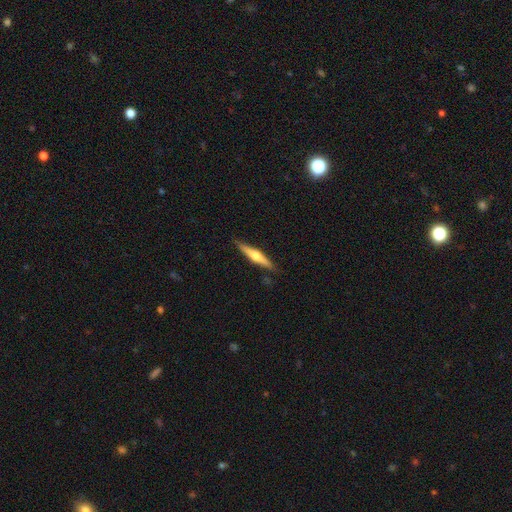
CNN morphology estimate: Smooth or featured? featured or disk (60%)
Edge-on disk? yes (97%)
Edge-on bulge? rounded (91%)
Merging? none (88%)